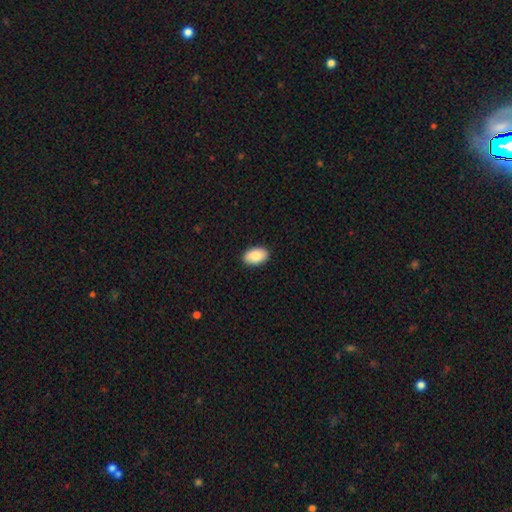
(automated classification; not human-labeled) Q: Smooth or featured?
A: smooth (88%); runner-up: star or artifact (6%)
Q: How rounded?
A: in between (92%); runner-up: round (7%)
Q: Merging?
A: none (90%); runner-up: minor disturbance (7%)